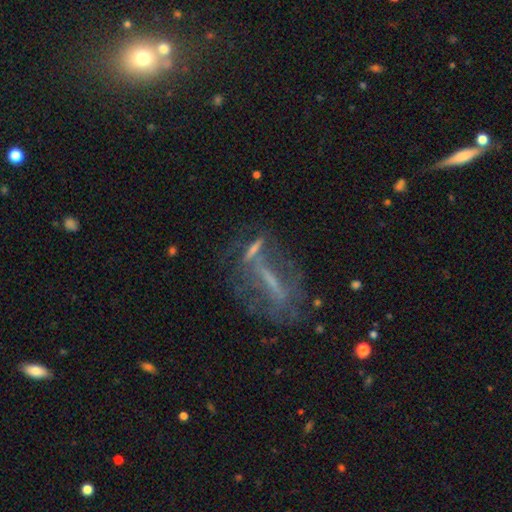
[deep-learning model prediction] Morphology: type=featured or disk (64%); edge-on=no (70%); merging=none (48%).